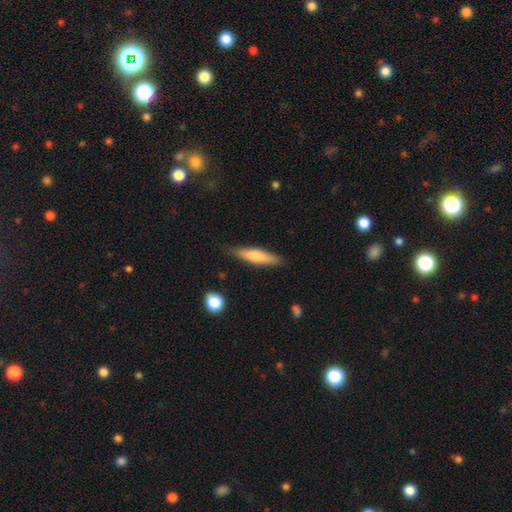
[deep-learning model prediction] Q: Smooth or featured?
A: smooth (65%); runner-up: featured or disk (29%)
Q: How rounded?
A: cigar-shaped (77%); runner-up: in between (21%)
Q: Merging?
A: none (83%); runner-up: minor disturbance (13%)